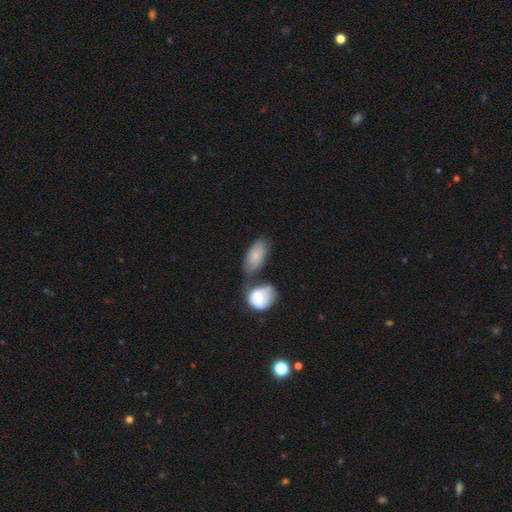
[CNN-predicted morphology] smooth-or-featured: smooth: 78% | featured or disk: 16% | star or artifact: 7%
  how-rounded: in between: 91% | round: 6% | cigar-shaped: 4%
  merging: none: 41% | merger: 31% | minor disturbance: 20% | major disturbance: 9%